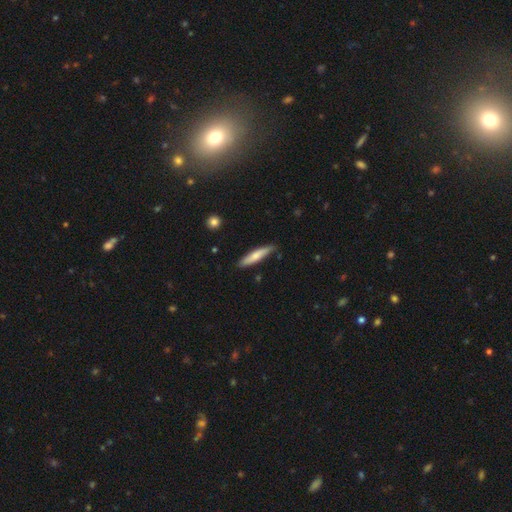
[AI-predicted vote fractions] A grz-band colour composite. It shows a smooth galaxy with no disk features (68%) that is cigar-shaped (85%). Merging: none (80%).